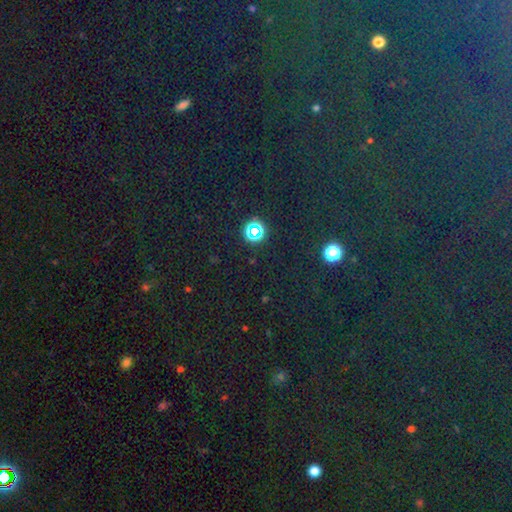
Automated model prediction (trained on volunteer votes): Smooth or featured: star or artifact — 72% (smooth — 21%)